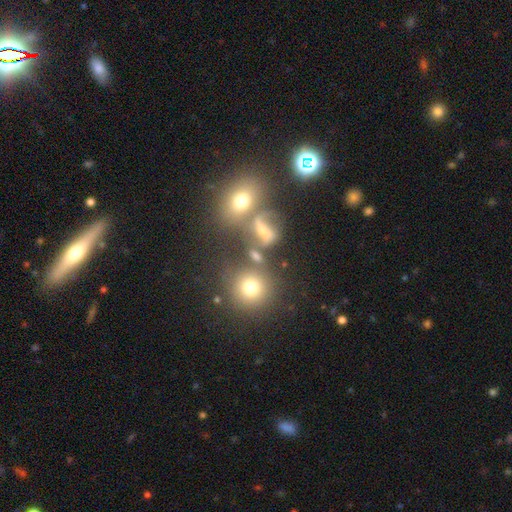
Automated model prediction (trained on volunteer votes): The model was most divided on "merging": none: 52%, merger: 27%, minor disturbance: 12%, major disturbance: 9%. More confident: how rounded — round (68%); smooth or featured — smooth (62%).